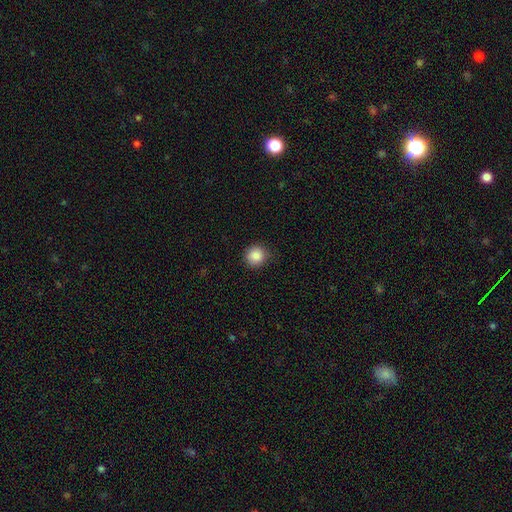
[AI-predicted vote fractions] Smooth or featured?
  - smooth: 86% *
  - star or artifact: 10%
  - featured or disk: 4%
How rounded?
  - round: 92% *
  - in between: 7%
  - cigar-shaped: 1%
Merging?
  - none: 85% *
  - minor disturbance: 11%
  - major disturbance: 3%
  - merger: 1%